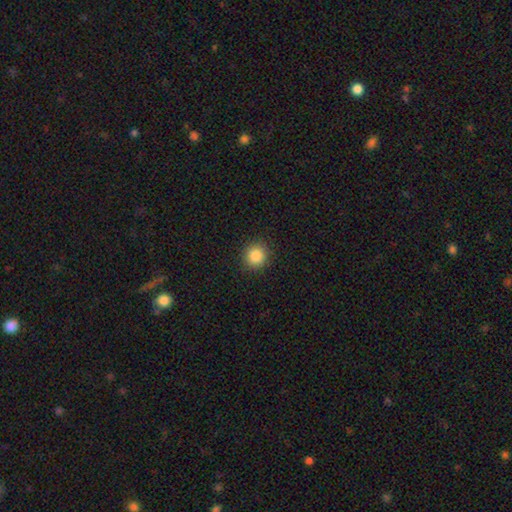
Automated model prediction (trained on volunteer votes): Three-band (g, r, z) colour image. It shows a smooth galaxy with no disk features (86%) that is round (90%). Merging: none (91%).